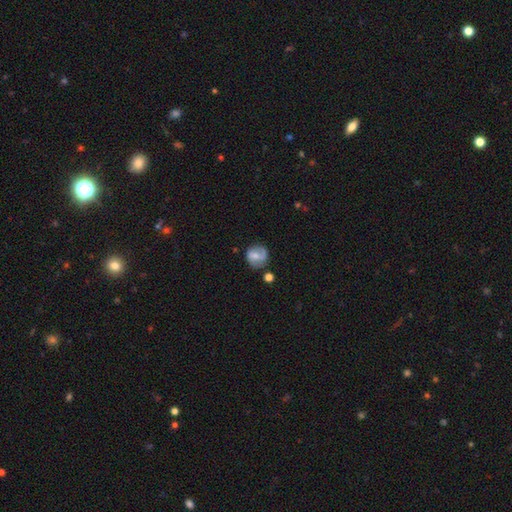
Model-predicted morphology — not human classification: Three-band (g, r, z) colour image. It shows a featured or disk galaxy (49%). Merging: none (69%).